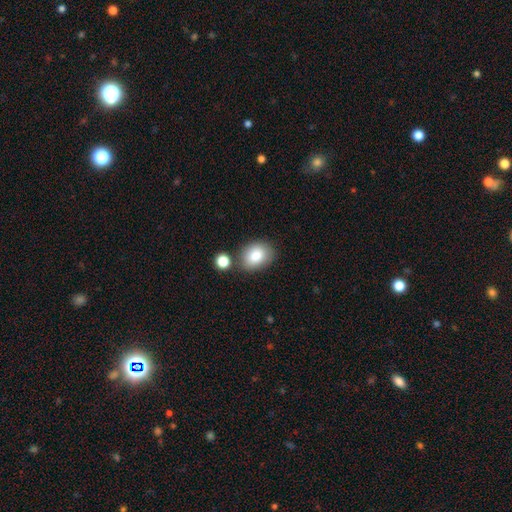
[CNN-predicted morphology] type=smooth (83%); roundness=in between (66%); merging=none (73%).